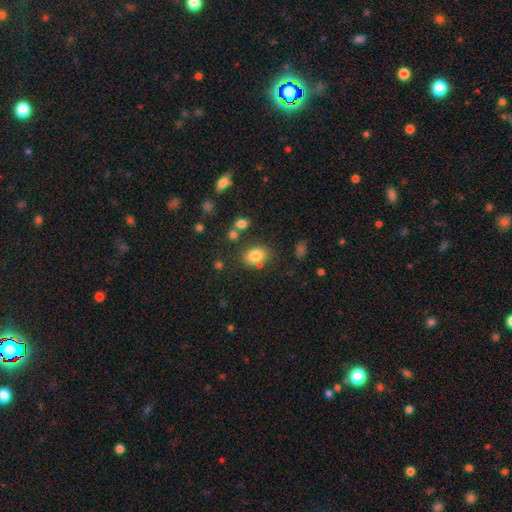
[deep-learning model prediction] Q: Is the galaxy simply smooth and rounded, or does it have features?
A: smooth — 81%.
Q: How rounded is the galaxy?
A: in between — 72%.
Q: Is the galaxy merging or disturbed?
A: none — 71%.